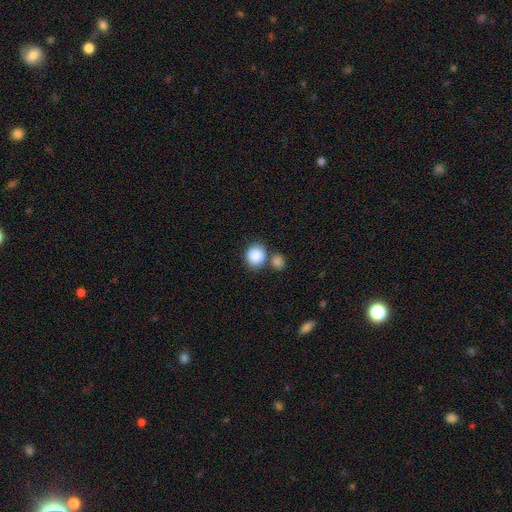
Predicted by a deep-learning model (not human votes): Morphology: type=smooth (87%); roundness=round (75%); merging=none (56%).